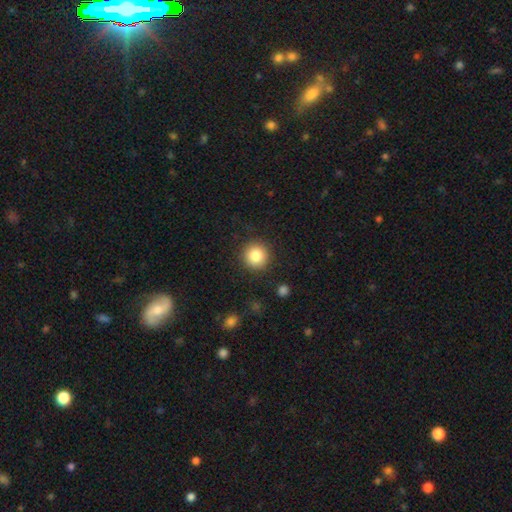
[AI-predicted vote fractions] Smooth or featured? smooth (85%)
How rounded? round (94%)
Merging? none (90%)